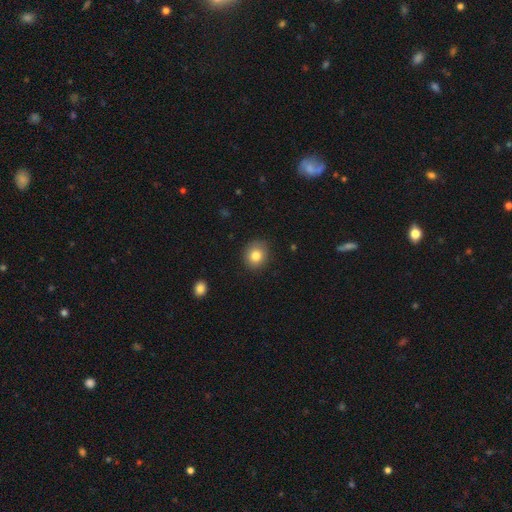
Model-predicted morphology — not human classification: Smooth or featured?
  - smooth: 82% *
  - star or artifact: 10%
  - featured or disk: 9%
How rounded?
  - round: 78% *
  - in between: 21%
  - cigar-shaped: 1%
Merging?
  - none: 87% *
  - minor disturbance: 10%
  - major disturbance: 2%
  - merger: 1%